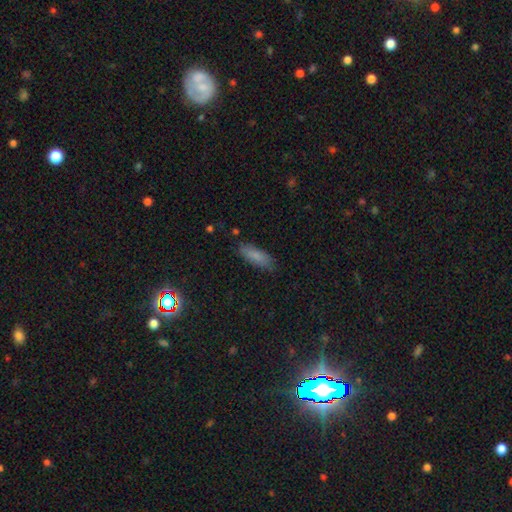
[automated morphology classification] This appears to be a smooth galaxy with no disk features (82%) that is in between round and cigar-shaped (60%). Merging: none (80%).